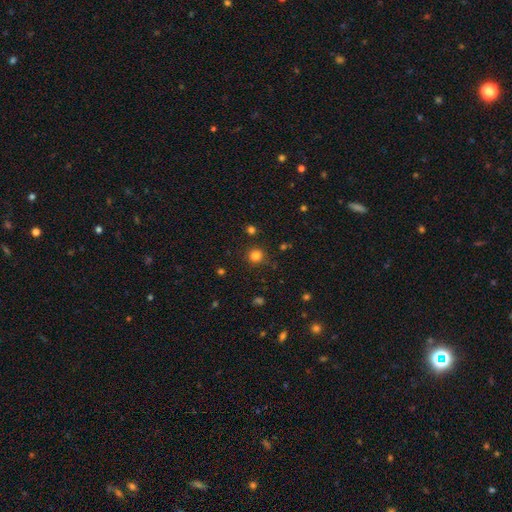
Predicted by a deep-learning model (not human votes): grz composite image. It shows a smooth galaxy with no disk features (81%) that is round (93%). Merging: none (88%).